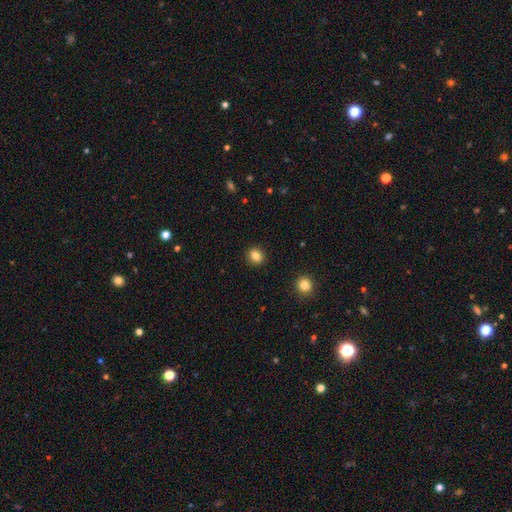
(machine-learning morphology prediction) A smooth galaxy with no disk features (83%) that is round (75%). Merging: none (91%).